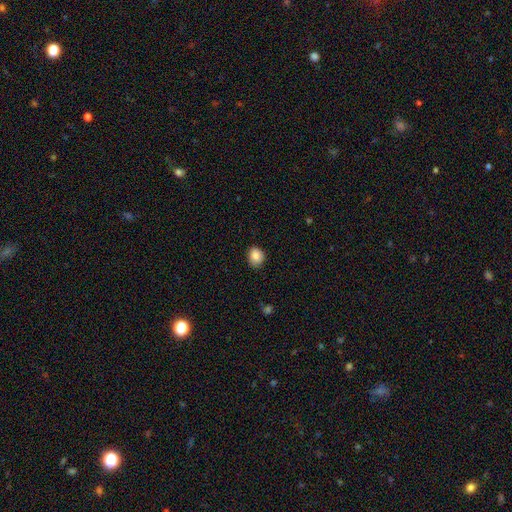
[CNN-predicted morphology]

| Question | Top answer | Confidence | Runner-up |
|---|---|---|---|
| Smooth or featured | smooth | 87% | star or artifact (9%) |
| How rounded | round | 57% | in between (42%) |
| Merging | none | 79% | minor disturbance (17%) |